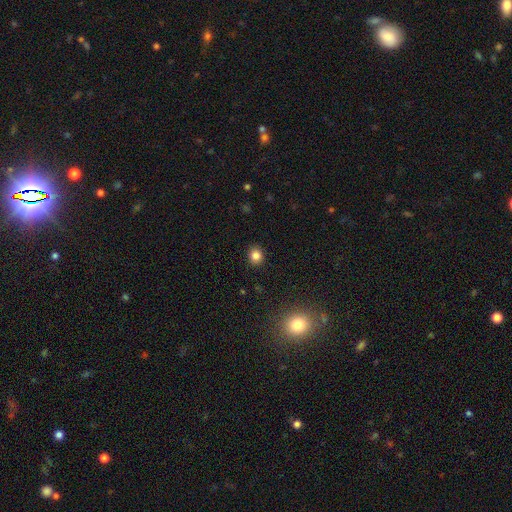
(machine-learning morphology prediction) smooth 83%, star or artifact 12%, featured or disk 5%. Down the decision tree: how rounded — round (78%); merging — none (91%).